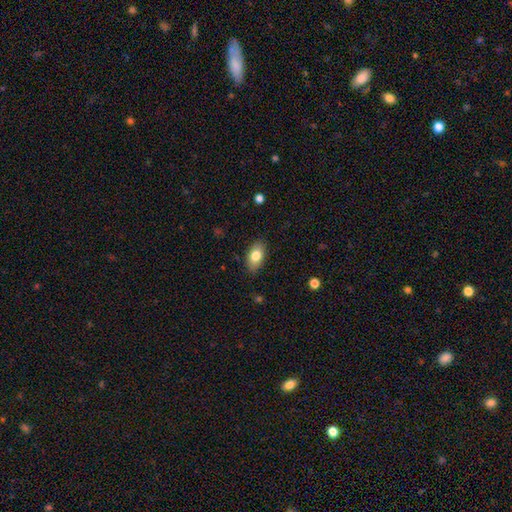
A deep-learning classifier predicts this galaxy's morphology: The model was most divided on "smooth or featured": smooth: 80%, featured or disk: 13%, star or artifact: 7%. More confident: how rounded — in between (91%); merging — none (85%).